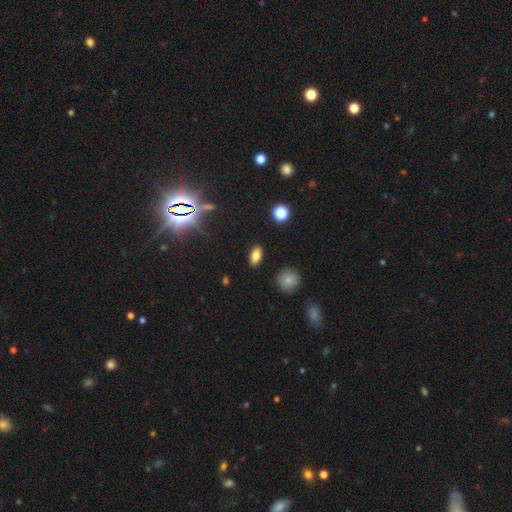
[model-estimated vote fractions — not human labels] This appears to be a smooth galaxy with no disk features (78%) that is in between round and cigar-shaped (88%). Merging: none (89%).